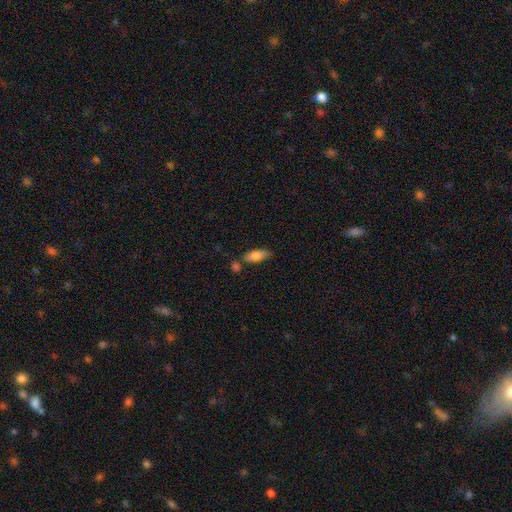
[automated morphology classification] Smooth or featured? Predicted: smooth (p=0.79). How rounded? Predicted: in between (p=0.74). Merging? Predicted: none (p=0.65).